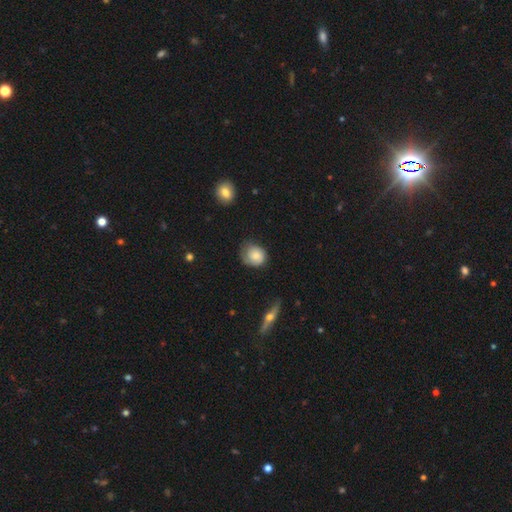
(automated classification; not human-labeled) Smooth or featured?
  - smooth: 68% *
  - featured or disk: 24%
  - star or artifact: 8%
How rounded?
  - round: 70% *
  - in between: 29%
  - cigar-shaped: 1%
Merging?
  - none: 49% *
  - minor disturbance: 35%
  - major disturbance: 14%
  - merger: 2%